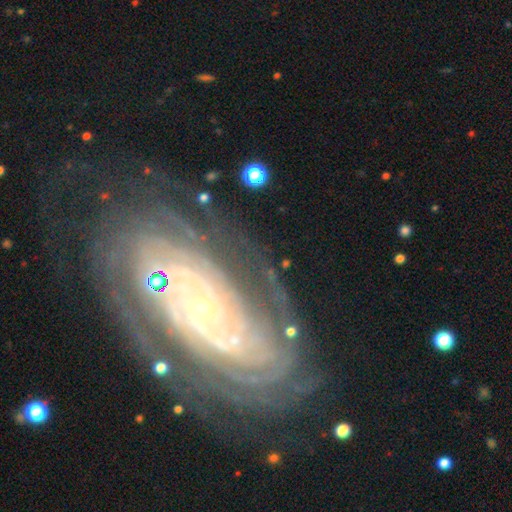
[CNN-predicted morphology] This is clearly a featured or disk galaxy (87%). It is clearly not viewed edge-on (95%). Bar: likely no (63%). Spiral arm pattern: clearly yes (97%). Spiral arm count: marginally can't tell (24%). Spiral winding: likely tight (76%). Central bulge: clearly small (86%). Merging: likely none (70%).